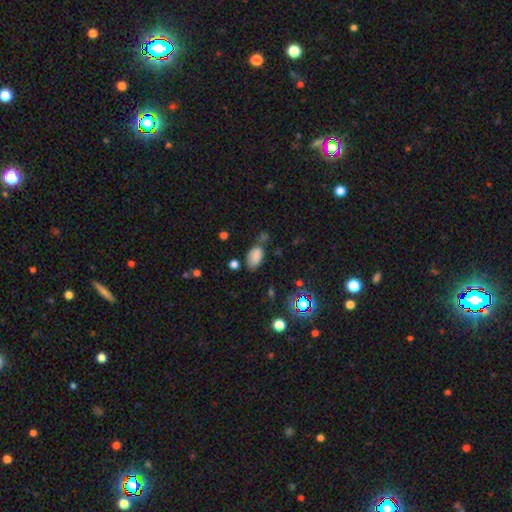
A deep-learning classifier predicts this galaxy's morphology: smooth-or-featured: smooth: 79% | star or artifact: 13% | featured or disk: 8%
  how-rounded: in between: 92% | round: 6% | cigar-shaped: 2%
  merging: none: 51% | minor disturbance: 26% | merger: 14% | major disturbance: 9%